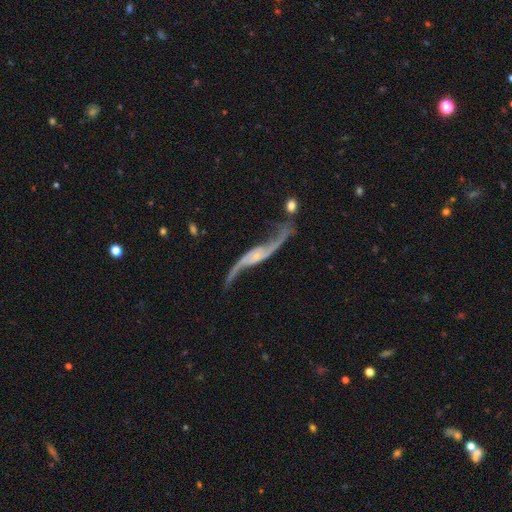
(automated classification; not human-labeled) A featured or disk galaxy (89%) with no bar (55%), 2 (94%) loose (91%) spiral arms (95%) and a small central bulge (67%).

Vote fractions:
- Smooth or featured? featured or disk: 89% / smooth: 5% / star or artifact: 5%
- Edge-on disk? no: 84% / yes: 16%
- Bar? no: 55% / weak: 30% / strong: 14%
- Spiral arms? yes: 95% / no: 5%
- Spiral winding? loose: 91% / medium: 6% / tight: 2%
- Spiral arm count? 2: 94% / 1: 2% / can't tell: 1% / 3: 1% / 4: 1% / more than 4: 1%
- Bulge size? small: 67% / none: 16% / moderate: 14% / large: 2% / dominant: 1%
- Merging? none: 62% / minor disturbance: 18% / major disturbance: 12% / merger: 8%